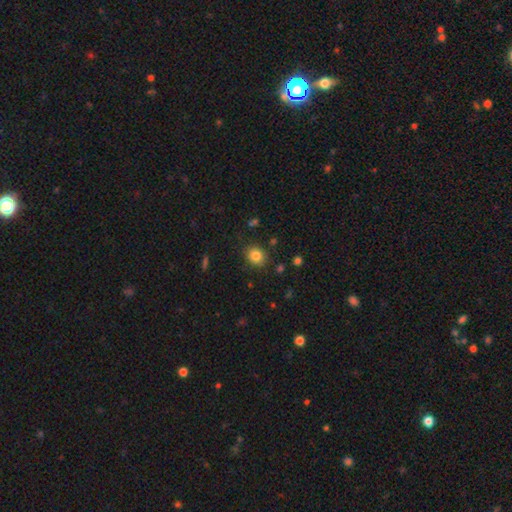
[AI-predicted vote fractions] Smooth or featured? Predicted: smooth (p=0.83). How rounded? Predicted: round (p=0.65). Merging? Predicted: none (p=0.86).